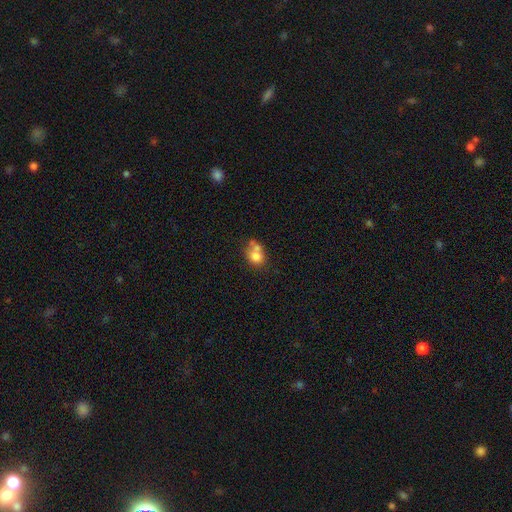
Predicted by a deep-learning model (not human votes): The model was most divided on "merging": merger: 43%, none: 36%, minor disturbance: 14%, major disturbance: 7%. More confident: smooth or featured — smooth (73%); how rounded — round (56%).